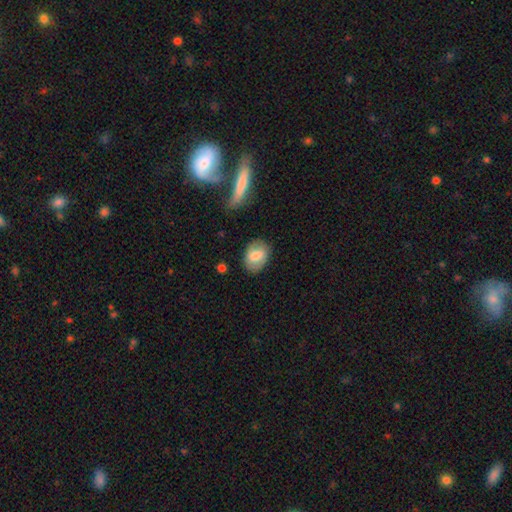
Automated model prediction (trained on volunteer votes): Smooth or featured?
  - smooth: 71% *
  - featured or disk: 23%
  - star or artifact: 7%
How rounded?
  - in between: 76% *
  - round: 23%
  - cigar-shaped: 2%
Merging?
  - none: 82% *
  - minor disturbance: 13%
  - major disturbance: 3%
  - merger: 2%